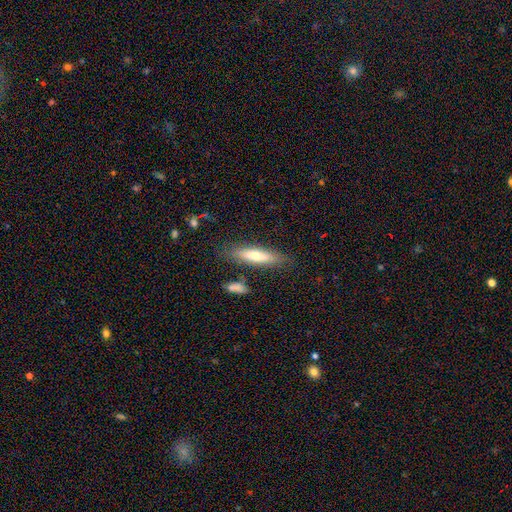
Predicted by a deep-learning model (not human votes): This is possibly a smooth galaxy (57%). How rounded: likely cigar-shaped (76%). Merging: clearly none (81%).